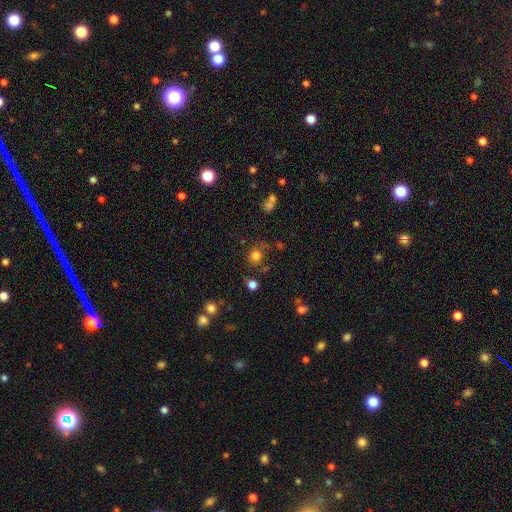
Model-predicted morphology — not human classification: Smooth or featured?
  - smooth: 78% *
  - star or artifact: 15%
  - featured or disk: 6%
How rounded?
  - round: 86% *
  - in between: 13%
  - cigar-shaped: 1%
Merging?
  - none: 73% *
  - minor disturbance: 14%
  - merger: 8%
  - major disturbance: 6%